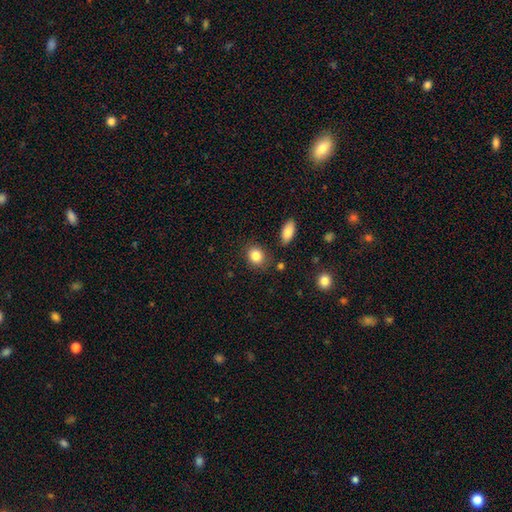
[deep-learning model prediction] A smooth galaxy with no disk features (85%) that is round (57%). Merging: none (82%).